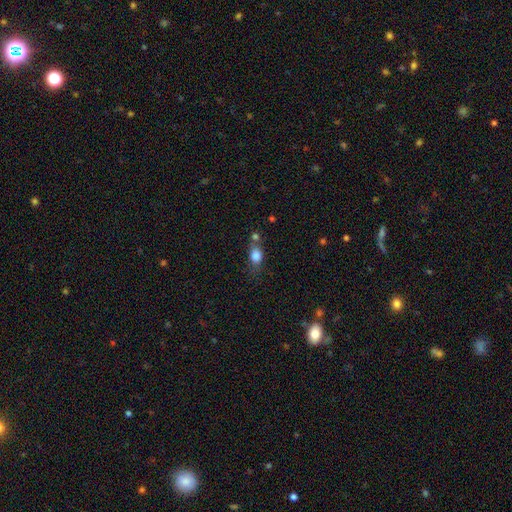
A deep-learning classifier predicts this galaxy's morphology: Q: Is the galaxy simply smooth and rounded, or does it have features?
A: smooth — 81%.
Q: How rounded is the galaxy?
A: in between — 63%.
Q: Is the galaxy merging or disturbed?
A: none — 46%.